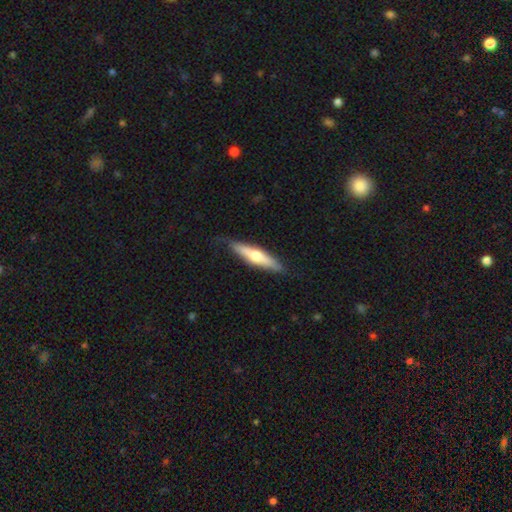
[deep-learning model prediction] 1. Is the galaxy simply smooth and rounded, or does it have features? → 50% featured or disk, 45% smooth, 5% star or artifact.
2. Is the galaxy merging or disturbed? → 80% none, 15% minor disturbance, 3% major disturbance, 1% merger.